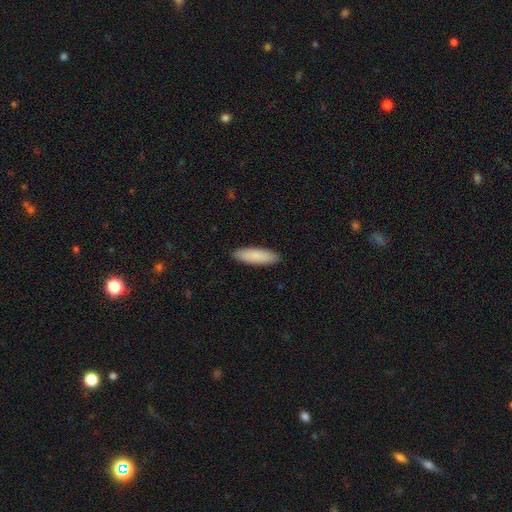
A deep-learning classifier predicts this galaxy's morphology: A smooth galaxy with no disk features (87%) that is cigar-shaped (62%). Merging: none (91%).